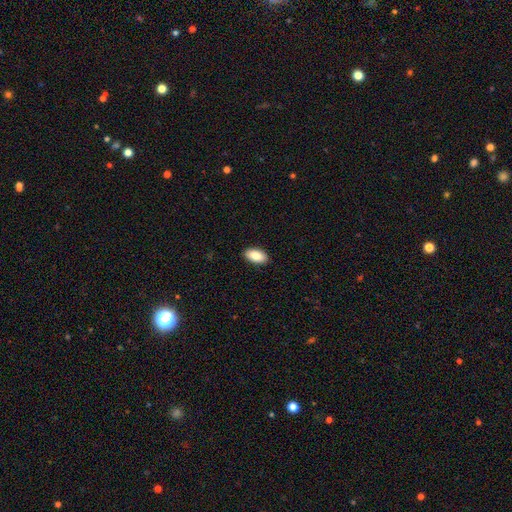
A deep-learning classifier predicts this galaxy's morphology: A smooth galaxy with no disk features (85%) that is in between round and cigar-shaped (94%).

Vote fractions:
- Smooth or featured? smooth: 85% / featured or disk: 8% / star or artifact: 7%
- How rounded? in between: 94% / round: 3% / cigar-shaped: 3%
- Merging? none: 90% / minor disturbance: 7% / major disturbance: 2% / merger: 1%